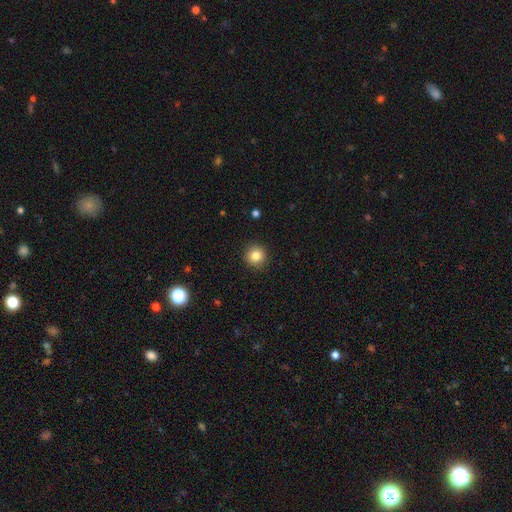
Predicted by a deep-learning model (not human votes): smooth_or_featured: smooth (p=0.84) [alt: star or artifact p=0.11]
how_rounded: round (p=0.94) [alt: in between p=0.05]
merging: none (p=0.91) [alt: minor disturbance p=0.06]